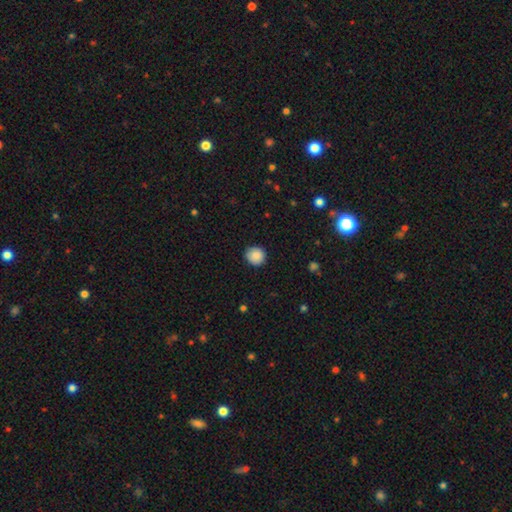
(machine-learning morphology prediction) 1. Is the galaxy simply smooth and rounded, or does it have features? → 87% smooth, 8% star or artifact, 4% featured or disk.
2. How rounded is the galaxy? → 90% round, 9% in between, 1% cigar-shaped.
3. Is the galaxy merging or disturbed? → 87% none, 10% minor disturbance, 2% major disturbance, 1% merger.